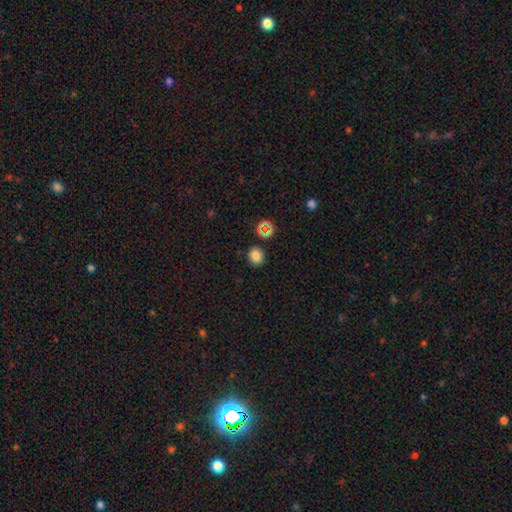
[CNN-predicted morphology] The model was most divided on "how rounded": round: 77%, in between: 22%, cigar-shaped: 1%. More confident: merging — none (87%); smooth or featured — smooth (78%).